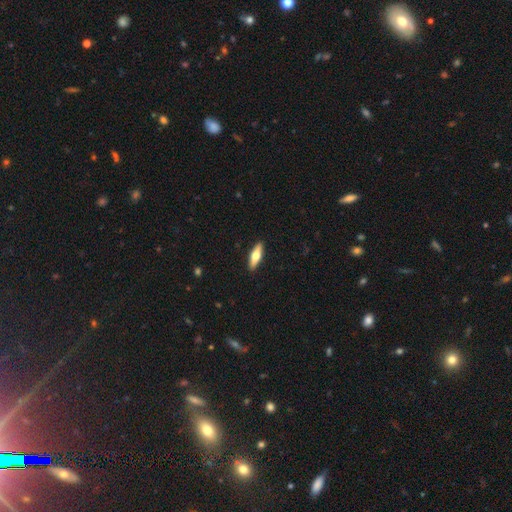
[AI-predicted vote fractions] A smooth galaxy with no disk features (53%) that is cigar-shaped (58%).

Vote fractions:
- Smooth or featured? smooth: 53% / featured or disk: 41% / star or artifact: 5%
- How rounded? cigar-shaped: 58% / in between: 39% / round: 2%
- Merging? none: 91% / minor disturbance: 6% / major disturbance: 1% / merger: 1%